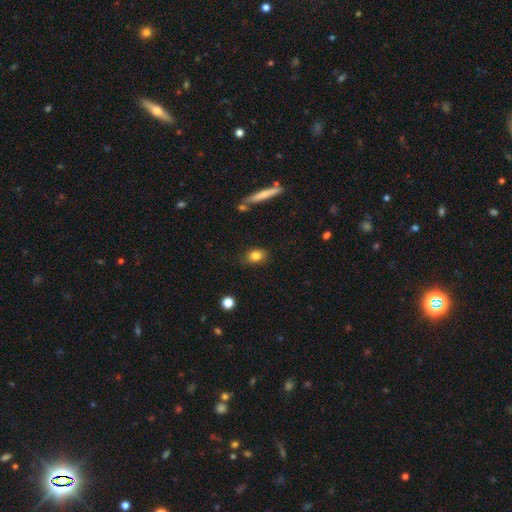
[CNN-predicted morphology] Smooth or featured? Predicted: smooth (p=0.83). How rounded? Predicted: in between (p=0.68). Merging? Predicted: none (p=0.83).